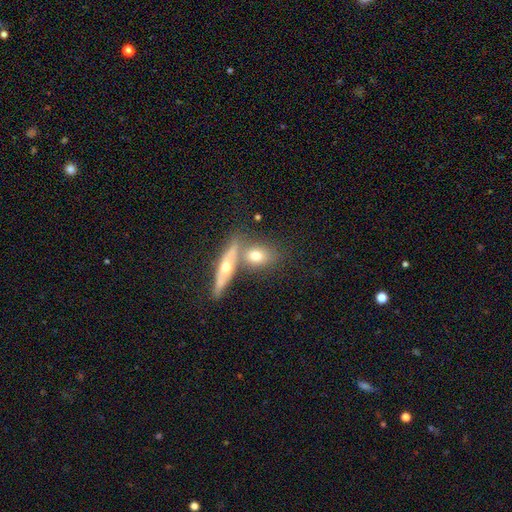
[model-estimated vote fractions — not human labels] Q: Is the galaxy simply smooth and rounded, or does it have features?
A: smooth — 63%.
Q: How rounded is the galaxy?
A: in between — 55%.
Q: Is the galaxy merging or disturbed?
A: none — 51%.